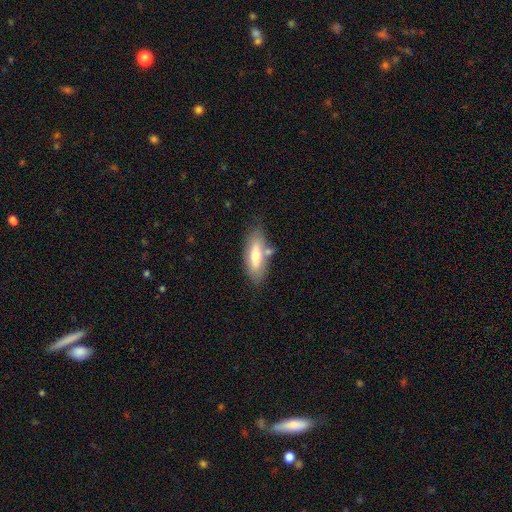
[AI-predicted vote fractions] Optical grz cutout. It shows a smooth galaxy with no disk features (59%) that is in between round and cigar-shaped (66%). Merging: none (68%).